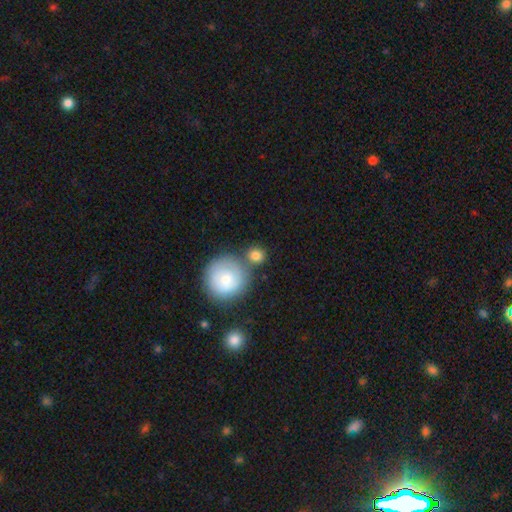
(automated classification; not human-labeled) A smooth galaxy with no disk features (78%) that is round (88%). Merging: none (64%).